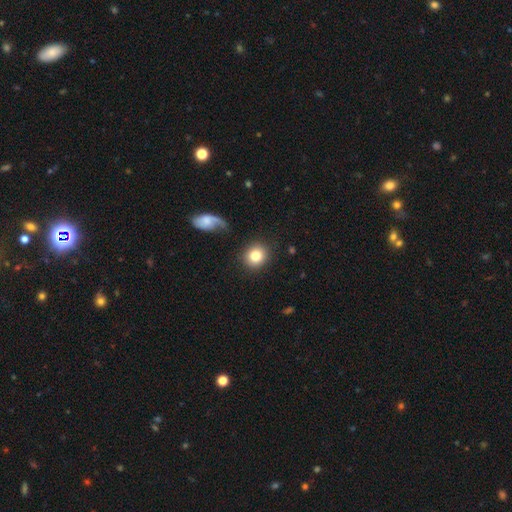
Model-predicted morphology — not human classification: This is clearly a smooth galaxy (81%). How rounded: clearly round (82%). Merging: clearly none (85%).